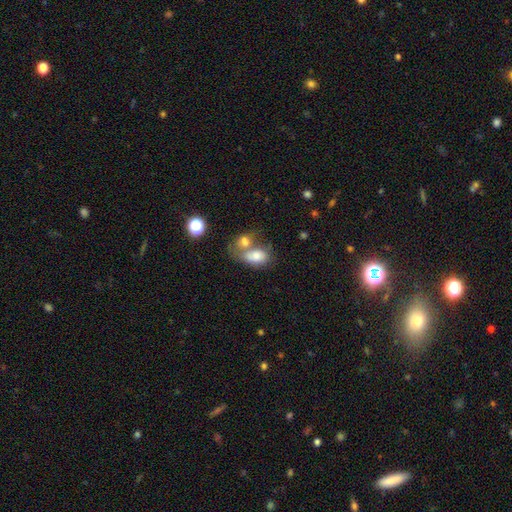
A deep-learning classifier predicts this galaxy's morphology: A smooth galaxy with no disk features (73%) that is in between round and cigar-shaped (83%). Merging: merger (60%).